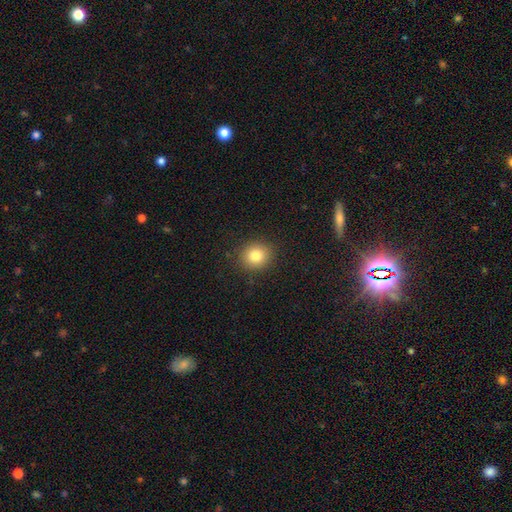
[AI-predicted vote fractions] smooth-or-featured: smooth: 81% | star or artifact: 11% | featured or disk: 8%
  how-rounded: round: 81% | in between: 18% | cigar-shaped: 1%
  merging: none: 89% | minor disturbance: 7% | major disturbance: 3% | merger: 1%